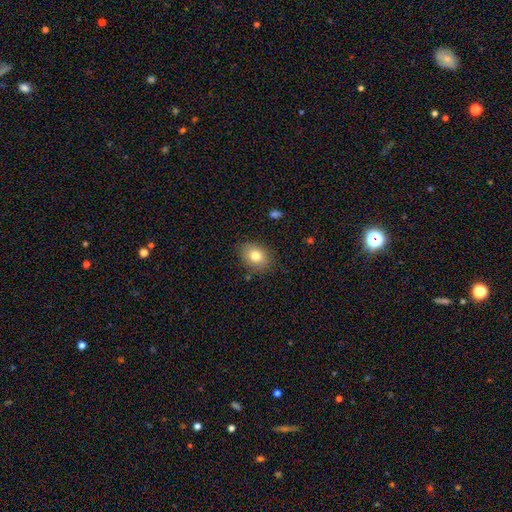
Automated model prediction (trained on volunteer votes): smooth 78%, featured or disk 12%, star or artifact 10%. Down the decision tree: how rounded — in between (59%); merging — none (83%).